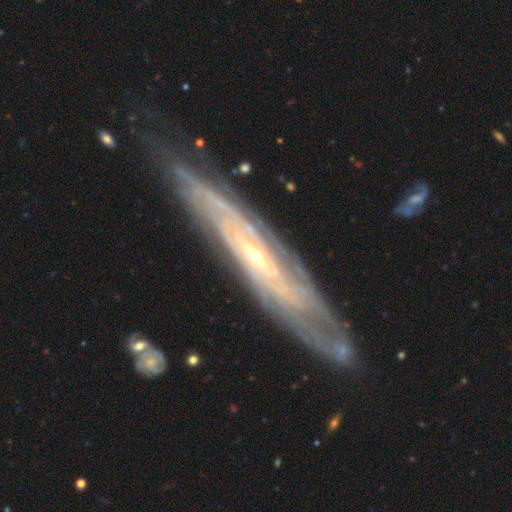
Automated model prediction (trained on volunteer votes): Overall: featured or disk (85%). Edge-on disk: no (62%; yes 38%). Bar: no (55%; weak 30%). Spiral arms: yes (92%). Bulge size: small (78%). Merging: none (75%).